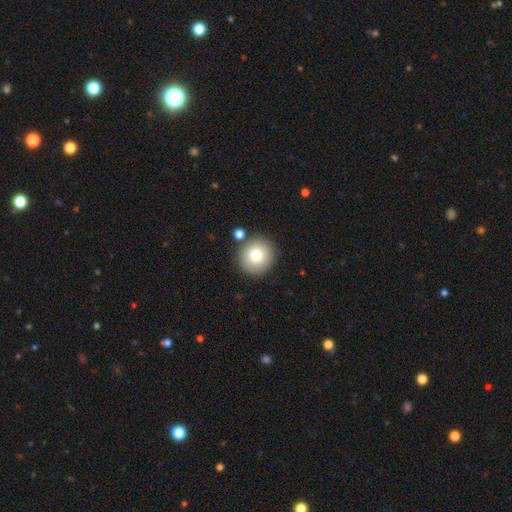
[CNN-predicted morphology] smooth_or_featured: smooth (p=0.78) [alt: featured or disk p=0.12]
how_rounded: round (p=0.94) [alt: in between p=0.05]
merging: none (p=0.84) [alt: minor disturbance p=0.07]